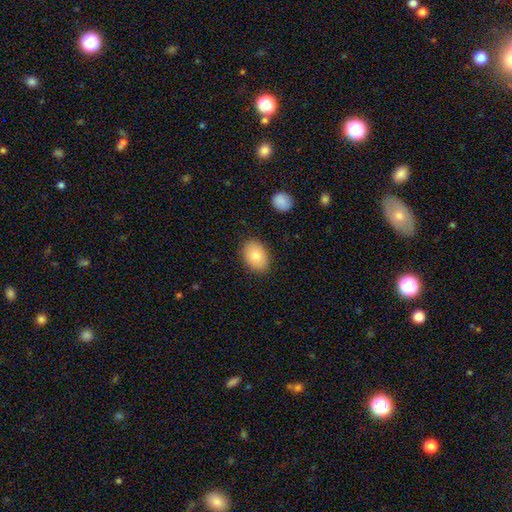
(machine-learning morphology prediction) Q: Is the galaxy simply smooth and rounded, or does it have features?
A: smooth — 81%.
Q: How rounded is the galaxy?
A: in between — 84%.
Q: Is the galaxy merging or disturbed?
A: none — 87%.